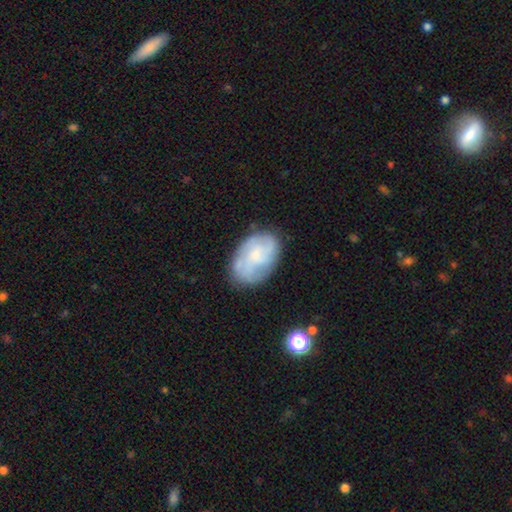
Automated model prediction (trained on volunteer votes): Smooth or featured? Predicted: featured or disk (p=0.56). Edge-on disk? Predicted: no (p=0.97). Bar? Predicted: no (p=0.68). Spiral arms? Predicted: yes (p=0.75). Bulge size? Predicted: small (p=0.53). Merging? Predicted: none (p=0.68).